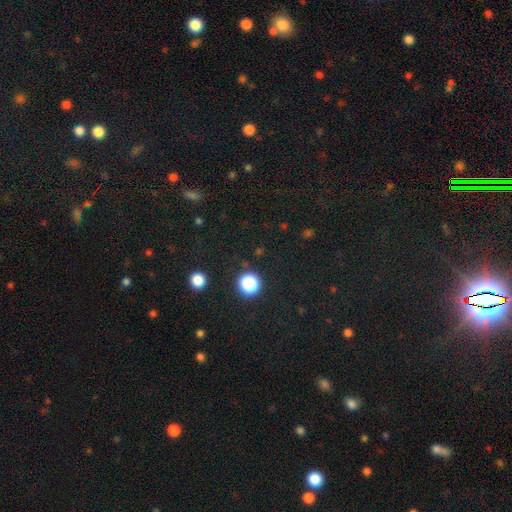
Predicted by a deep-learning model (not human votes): star or artifact 67%, smooth 27%, featured or disk 6%.